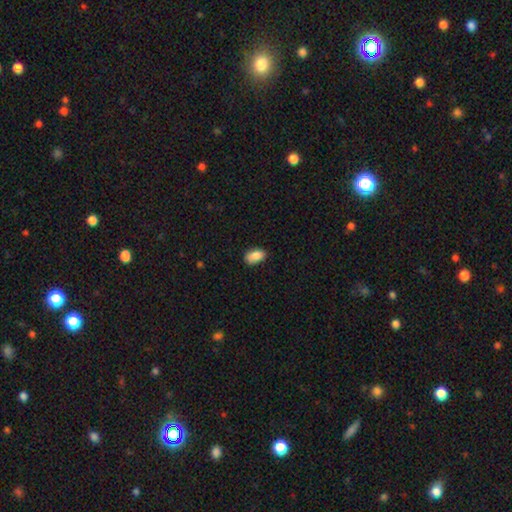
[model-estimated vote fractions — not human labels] Q: Smooth or featured?
A: smooth (85%); runner-up: star or artifact (8%)
Q: How rounded?
A: in between (91%); runner-up: round (7%)
Q: Merging?
A: none (68%); runner-up: minor disturbance (25%)